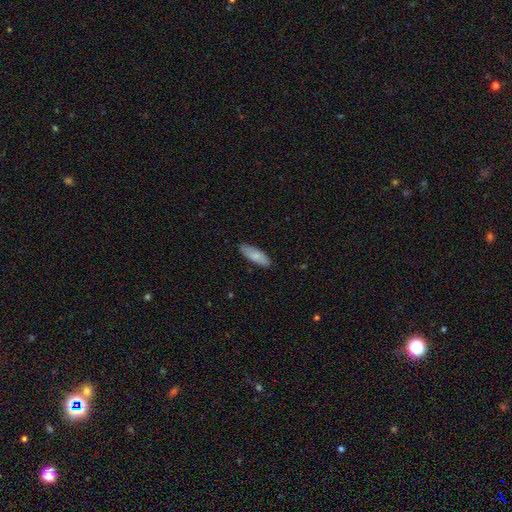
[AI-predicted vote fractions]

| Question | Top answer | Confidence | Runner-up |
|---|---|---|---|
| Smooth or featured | smooth | 82% | featured or disk (13%) |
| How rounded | in between | 69% | cigar-shaped (29%) |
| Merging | none | 86% | minor disturbance (11%) |